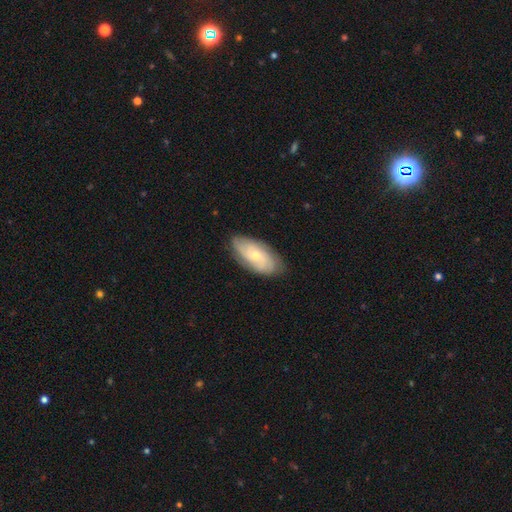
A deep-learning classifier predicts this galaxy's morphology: Q: Smooth or featured?
A: featured or disk (58%); runner-up: smooth (36%)
Q: Edge-on disk?
A: no (91%); runner-up: yes (9%)
Q: Bar?
A: no (75%); runner-up: weak (21%)
Q: Spiral arms?
A: yes (85%); runner-up: no (15%)
Q: Bulge size?
A: small (52%); runner-up: moderate (44%)
Q: Merging?
A: none (78%); runner-up: minor disturbance (17%)